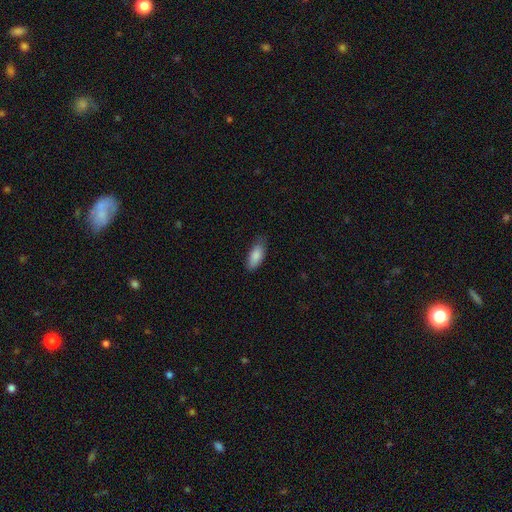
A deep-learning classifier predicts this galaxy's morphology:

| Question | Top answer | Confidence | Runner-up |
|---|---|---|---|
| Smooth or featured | smooth | 87% | featured or disk (7%) |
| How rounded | in between | 83% | cigar-shaped (15%) |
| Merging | none | 74% | minor disturbance (22%) |